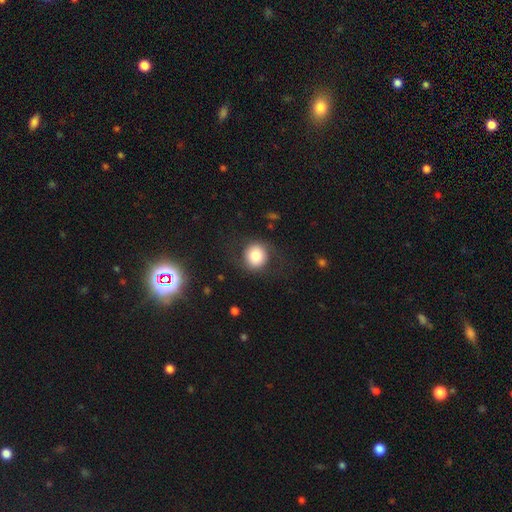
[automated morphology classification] smooth_or_featured: smooth (p=0.76) [alt: featured or disk p=0.15]
how_rounded: round (p=0.88) [alt: in between p=0.11]
merging: none (p=0.77) [alt: minor disturbance p=0.12]